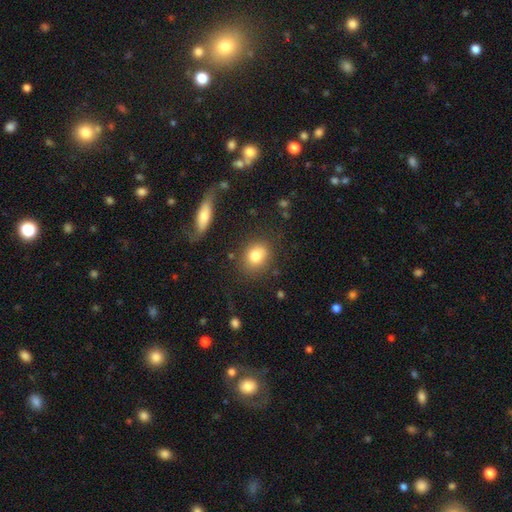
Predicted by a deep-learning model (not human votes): Smooth or featured?
  - smooth: 81% *
  - featured or disk: 10%
  - star or artifact: 9%
How rounded?
  - round: 63% *
  - in between: 36%
  - cigar-shaped: 1%
Merging?
  - none: 81% *
  - minor disturbance: 11%
  - major disturbance: 4%
  - merger: 3%